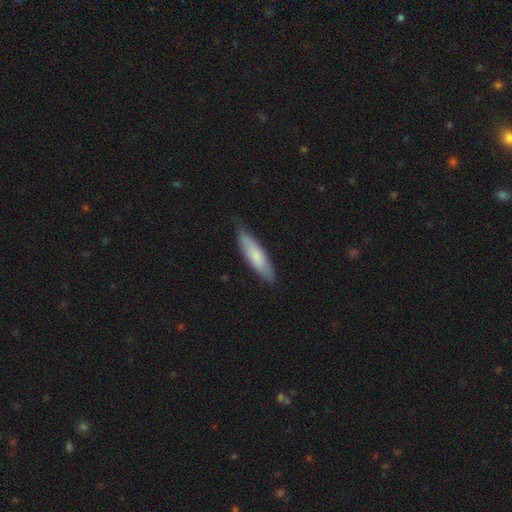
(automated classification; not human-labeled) Smooth or featured: smooth — 73% (featured or disk — 22%)
How rounded: cigar-shaped — 68% (in between — 31%)
Merging: none — 80% (minor disturbance — 16%)